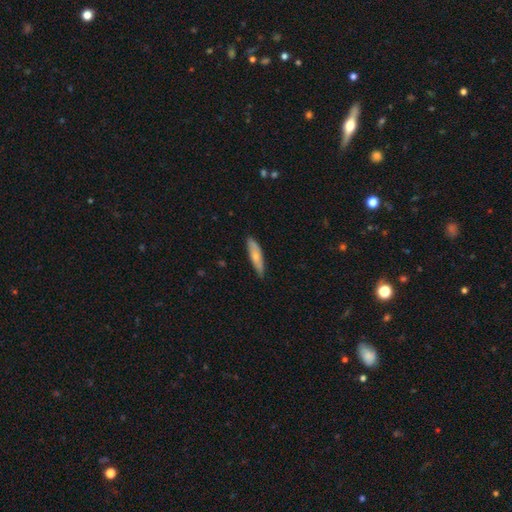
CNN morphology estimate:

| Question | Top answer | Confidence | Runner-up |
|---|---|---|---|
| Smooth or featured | smooth | 68% | featured or disk (26%) |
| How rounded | cigar-shaped | 71% | in between (28%) |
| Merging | none | 82% | minor disturbance (15%) |